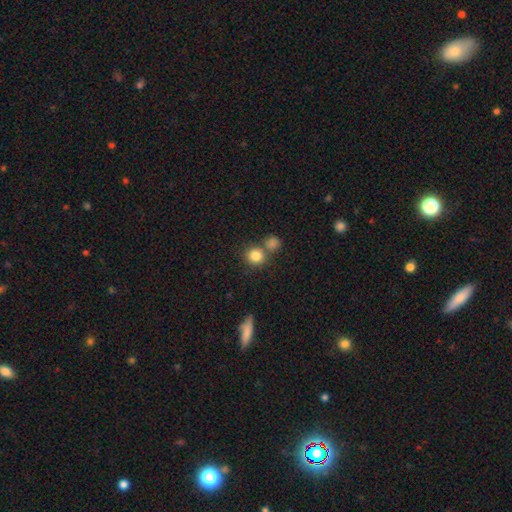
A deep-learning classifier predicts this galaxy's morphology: Overall: smooth (83%). How rounded: round (87%). Merging: none (62%; merger 26%).